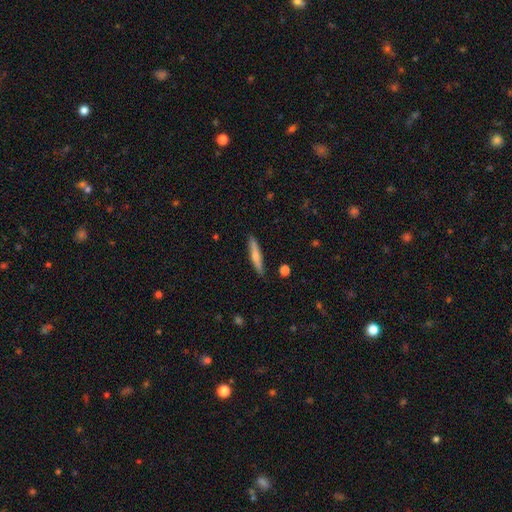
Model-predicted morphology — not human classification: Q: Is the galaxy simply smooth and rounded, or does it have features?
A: smooth — 61%.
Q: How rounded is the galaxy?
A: cigar-shaped — 90%.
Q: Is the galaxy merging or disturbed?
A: none — 88%.